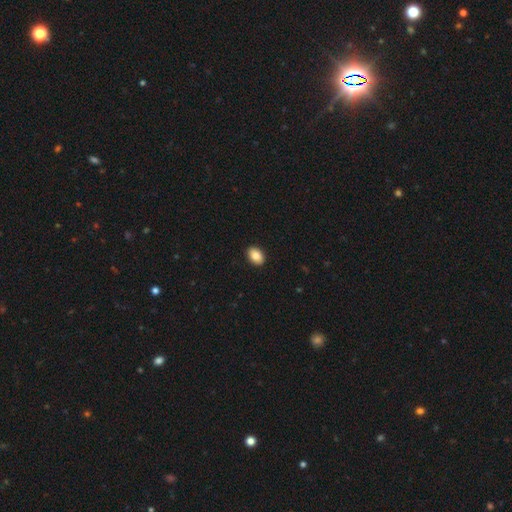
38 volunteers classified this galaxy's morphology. A smooth galaxy with no disk features (97%) that is in between round and cigar-shaped (92%).

Vote fractions:
- Smooth or featured? smooth: 97% / star or artifact: 3% / featured or disk: 0%
- How rounded? in between: 92% / round: 8% / cigar-shaped: 0%
- Merging? none: 92% / minor disturbance: 5% / major disturbance: 3% / merger: 0%